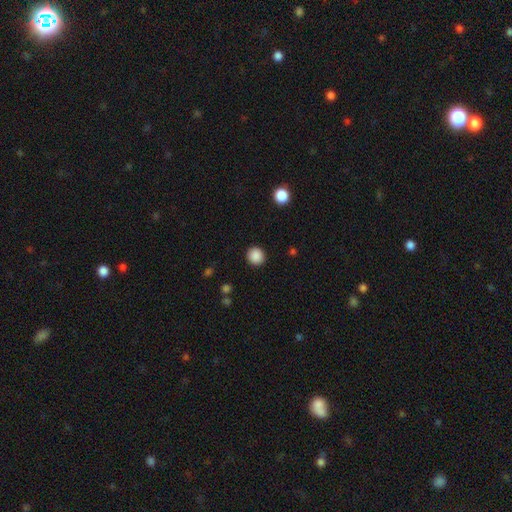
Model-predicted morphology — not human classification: type=smooth (88%); roundness=round (91%); merging=none (92%).